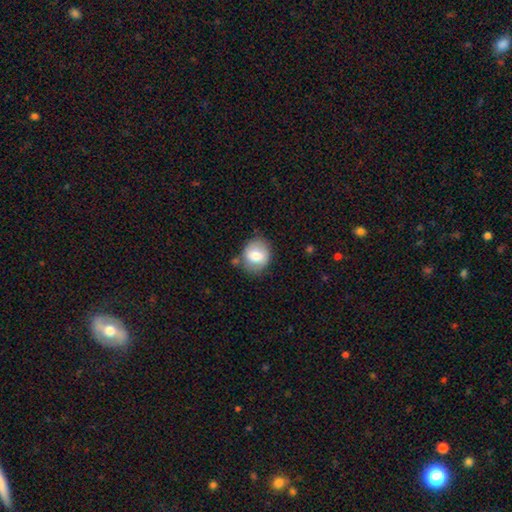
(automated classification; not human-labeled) smooth-or-featured: smooth: 73% | featured or disk: 20% | star or artifact: 7%
  how-rounded: round: 71% | in between: 29% | cigar-shaped: 1%
  merging: none: 73% | minor disturbance: 17% | merger: 5% | major disturbance: 5%